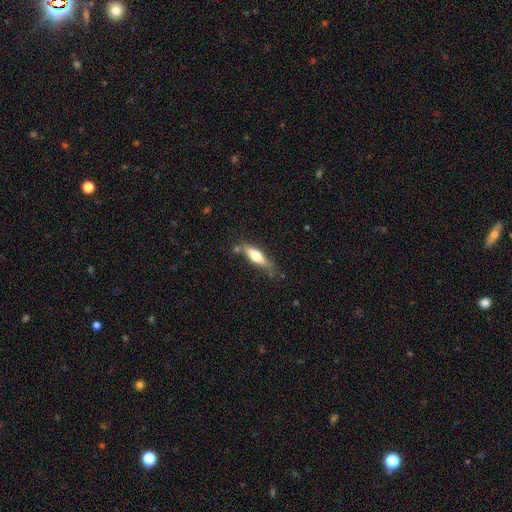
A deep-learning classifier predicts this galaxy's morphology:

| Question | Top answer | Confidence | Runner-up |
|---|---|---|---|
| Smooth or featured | smooth | 58% | featured or disk (36%) |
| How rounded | cigar-shaped | 59% | in between (38%) |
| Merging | none | 64% | minor disturbance (24%) |